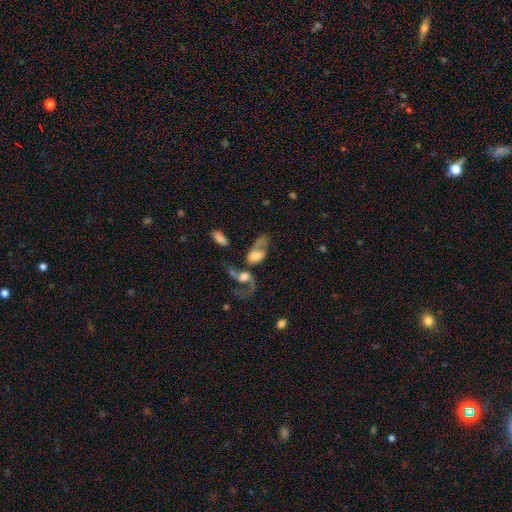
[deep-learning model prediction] This is possibly a featured or disk galaxy (55%). It is clearly not viewed edge-on (93%). Bar: likely no (69%). Spiral arm pattern: likely yes (63%). Central bulge: possibly moderate (48%). Merging: possibly merger (51%).